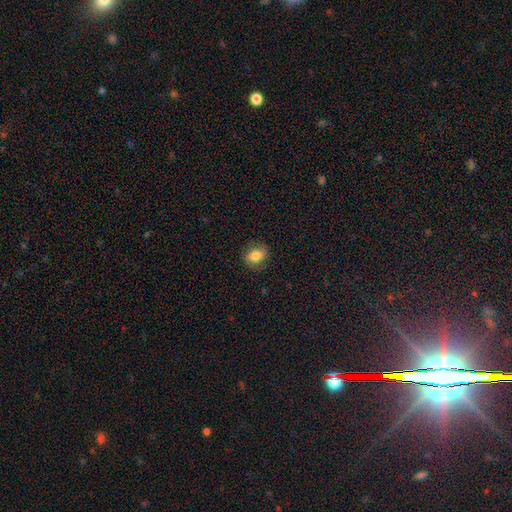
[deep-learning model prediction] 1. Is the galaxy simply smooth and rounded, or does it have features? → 82% smooth, 9% star or artifact, 9% featured or disk.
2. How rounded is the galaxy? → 58% in between, 40% round, 1% cigar-shaped.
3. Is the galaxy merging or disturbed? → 84% none, 12% minor disturbance, 3% major disturbance, 1% merger.